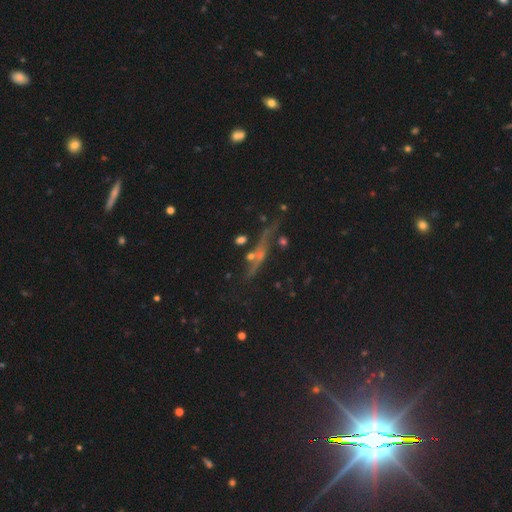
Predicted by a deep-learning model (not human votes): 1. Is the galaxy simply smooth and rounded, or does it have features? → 49% featured or disk, 29% smooth, 22% star or artifact.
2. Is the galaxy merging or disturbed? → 57% none, 18% minor disturbance, 12% major disturbance, 12% merger.